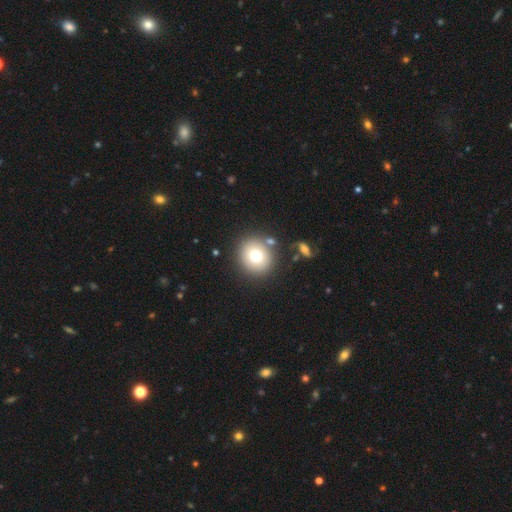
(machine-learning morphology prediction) This appears to be a smooth galaxy with no disk features (73%) that is round (89%). Merging: none (81%).